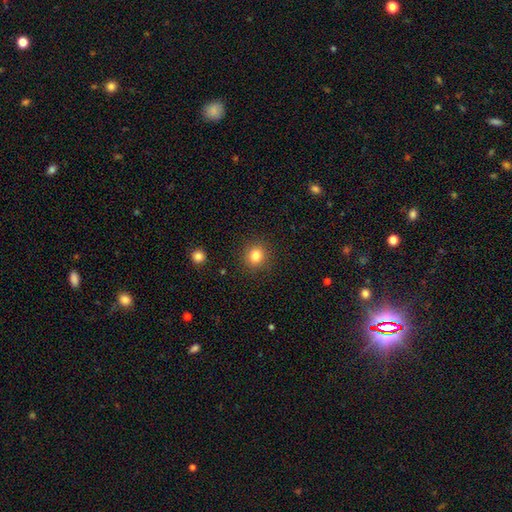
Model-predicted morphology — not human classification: The model was most divided on "smooth or featured": smooth: 82%, star or artifact: 12%, featured or disk: 7%. More confident: merging — none (89%); how rounded — round (88%).